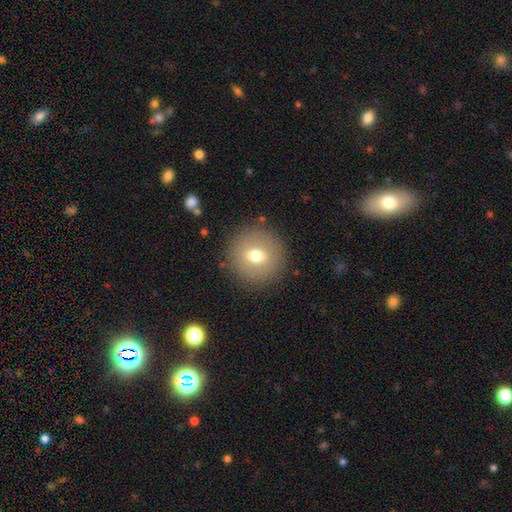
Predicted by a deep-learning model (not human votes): Smooth or featured? smooth (65%)
How rounded? round (92%)
Merging? none (88%)